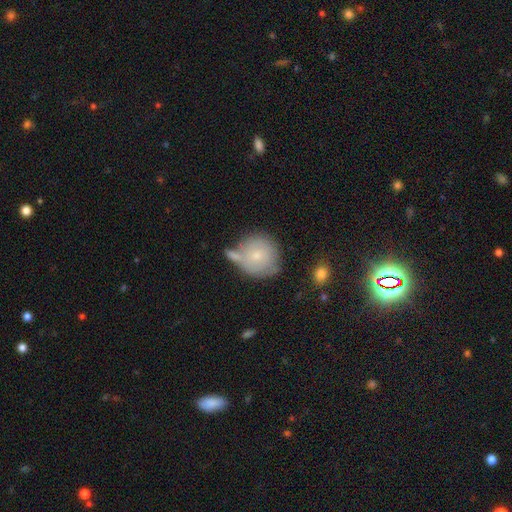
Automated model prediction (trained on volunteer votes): This is likely a smooth galaxy (67%). How rounded: clearly round (91%). Merging: possibly none (53%).